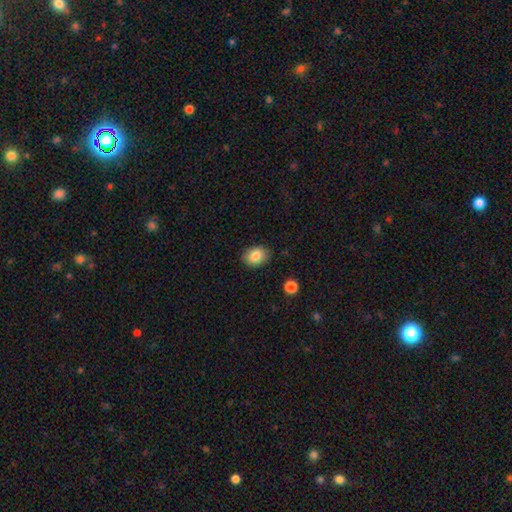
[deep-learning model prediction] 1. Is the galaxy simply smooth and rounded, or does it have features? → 85% smooth, 8% star or artifact, 7% featured or disk.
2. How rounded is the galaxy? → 72% in between, 27% round, 1% cigar-shaped.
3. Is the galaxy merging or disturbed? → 85% none, 11% minor disturbance, 2% major disturbance, 1% merger.